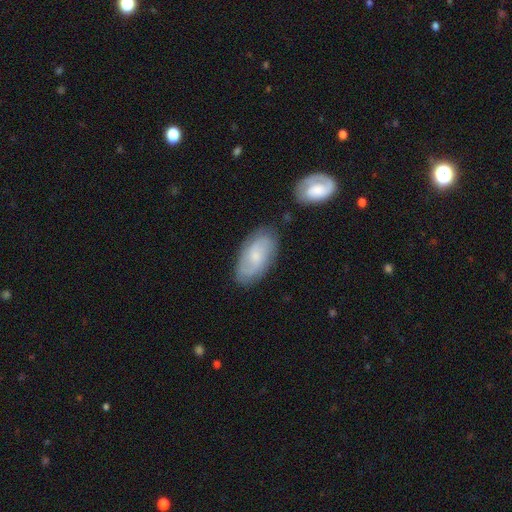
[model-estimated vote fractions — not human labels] This is possibly a featured or disk galaxy (59%). It is clearly not viewed edge-on (94%). Bar: possibly no (59%). Spiral arm pattern: clearly yes (90%). Central bulge: likely small (68%). Merging: likely none (76%).